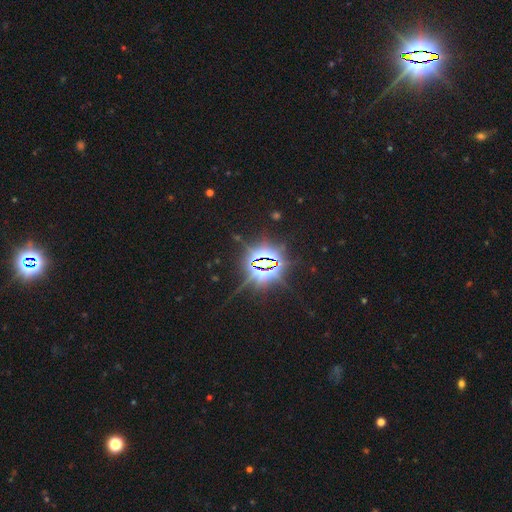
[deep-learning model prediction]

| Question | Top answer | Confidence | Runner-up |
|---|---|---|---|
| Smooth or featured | star or artifact | 85% | featured or disk (8%) |